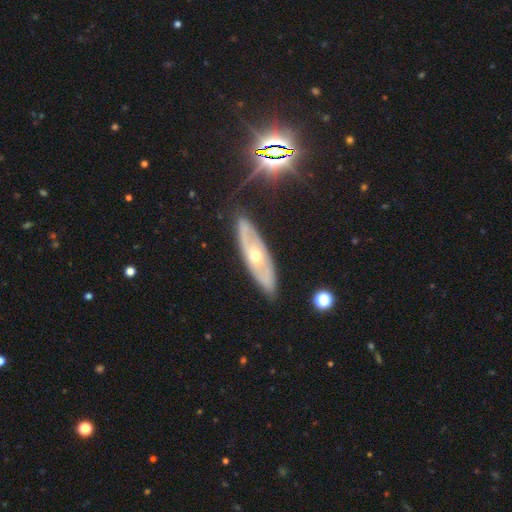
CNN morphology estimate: A featured or disk galaxy (70%).

Vote fractions:
- Smooth or featured? featured or disk: 70% / smooth: 21% / star or artifact: 9%
- Edge-on disk? no: 65% / yes: 35%
- Merging? none: 82% / minor disturbance: 13% / major disturbance: 3% / merger: 1%